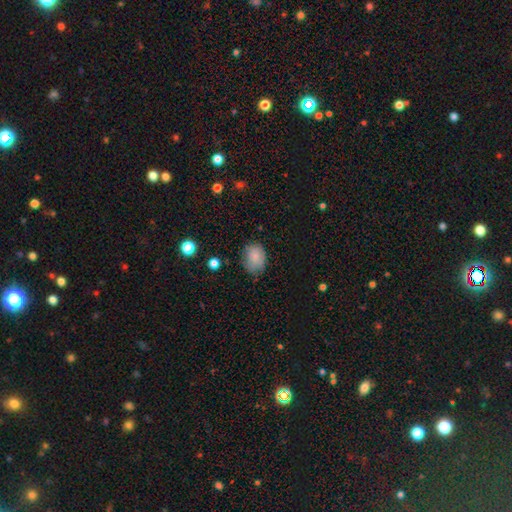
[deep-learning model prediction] Smooth or featured? Predicted: smooth (p=0.82). How rounded? Predicted: in between (p=0.62). Merging? Predicted: none (p=0.68).